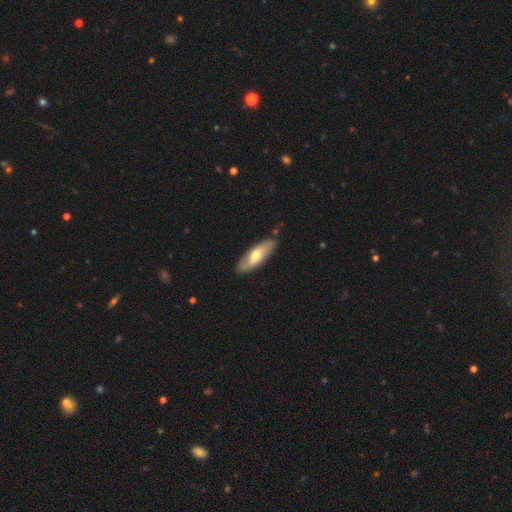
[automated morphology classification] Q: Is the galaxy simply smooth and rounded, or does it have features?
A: smooth — 50%.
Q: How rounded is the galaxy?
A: in between — 61%.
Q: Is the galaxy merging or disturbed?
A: none — 83%.